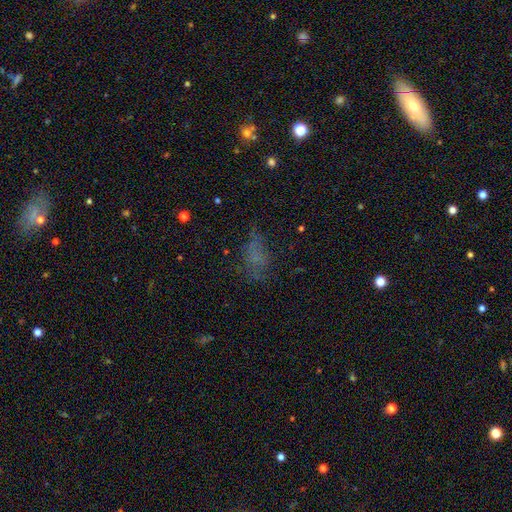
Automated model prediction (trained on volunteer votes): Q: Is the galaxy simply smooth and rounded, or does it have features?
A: smooth — 50%.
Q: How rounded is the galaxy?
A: in between — 75%.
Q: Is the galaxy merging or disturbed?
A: none — 49%.